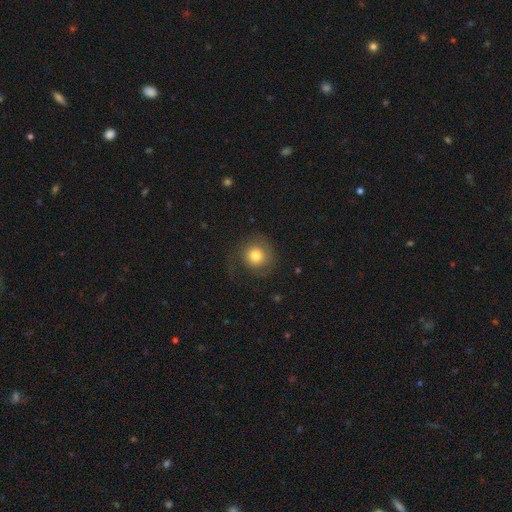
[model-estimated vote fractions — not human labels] Q: Smooth or featured?
A: smooth (70%); runner-up: featured or disk (21%)
Q: How rounded?
A: round (90%); runner-up: in between (9%)
Q: Merging?
A: none (64%); runner-up: major disturbance (18%)